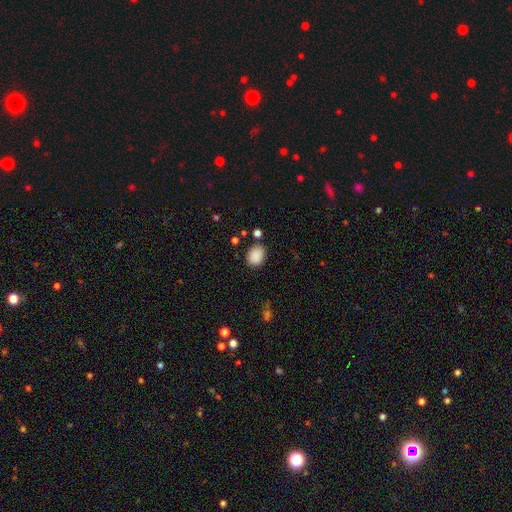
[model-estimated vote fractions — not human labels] Overall: smooth (88%). How rounded: in between (60%; round 39%). Merging: none (80%).